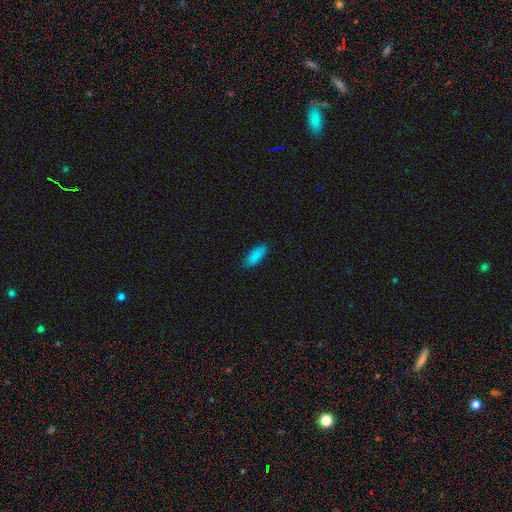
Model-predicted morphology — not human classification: smooth_or_featured: smooth (p=0.88) [alt: star or artifact p=0.07]
how_rounded: in between (p=0.68) [alt: cigar-shaped p=0.30]
merging: none (p=0.87) [alt: minor disturbance p=0.10]